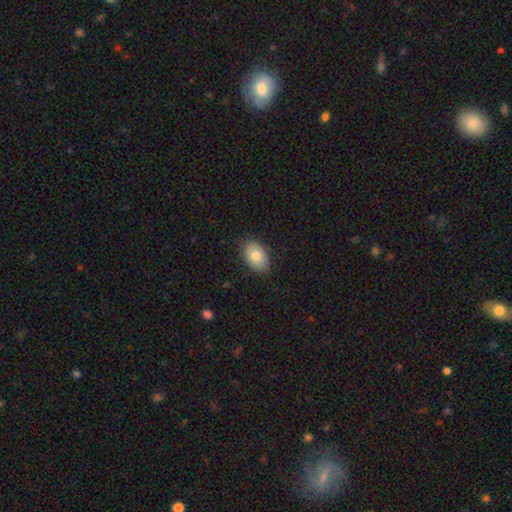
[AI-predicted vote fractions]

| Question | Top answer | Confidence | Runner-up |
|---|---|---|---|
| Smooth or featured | smooth | 77% | featured or disk (15%) |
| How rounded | in between | 85% | round (13%) |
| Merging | none | 81% | minor disturbance (16%) |